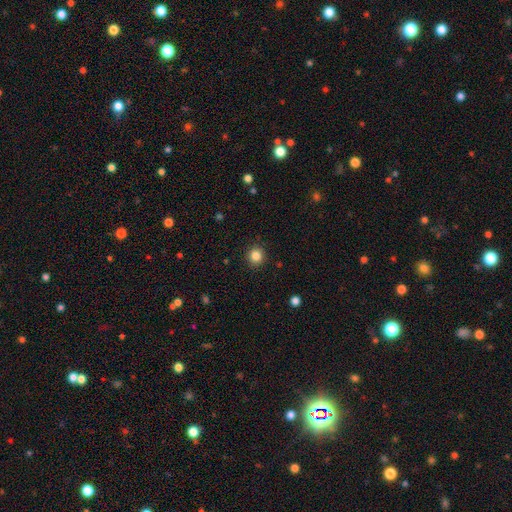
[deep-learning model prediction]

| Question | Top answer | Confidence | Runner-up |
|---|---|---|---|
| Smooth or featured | smooth | 84% | star or artifact (11%) |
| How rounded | round | 91% | in between (9%) |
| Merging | none | 91% | minor disturbance (6%) |